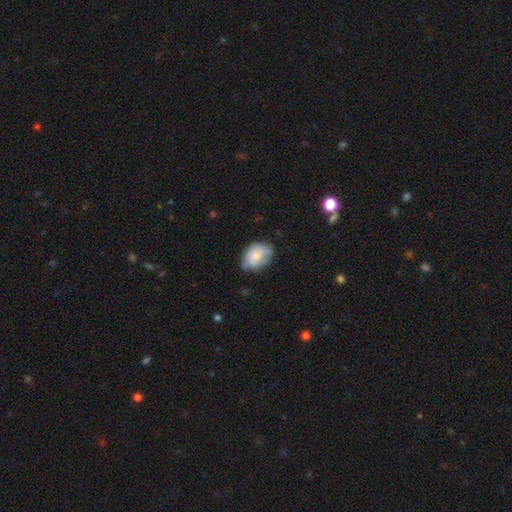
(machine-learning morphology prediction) Overall: smooth (71%). How rounded: in between (78%). Merging: none (57%; minor disturbance 33%).